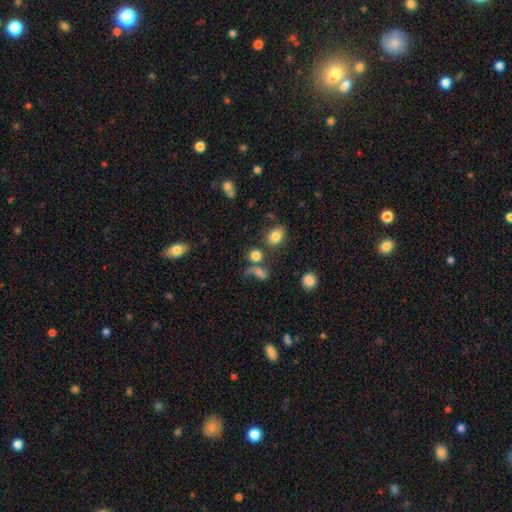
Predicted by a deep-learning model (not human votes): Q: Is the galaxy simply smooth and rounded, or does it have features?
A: smooth — 73%.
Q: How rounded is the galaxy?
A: round — 68%.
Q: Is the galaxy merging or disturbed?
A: none — 47%.